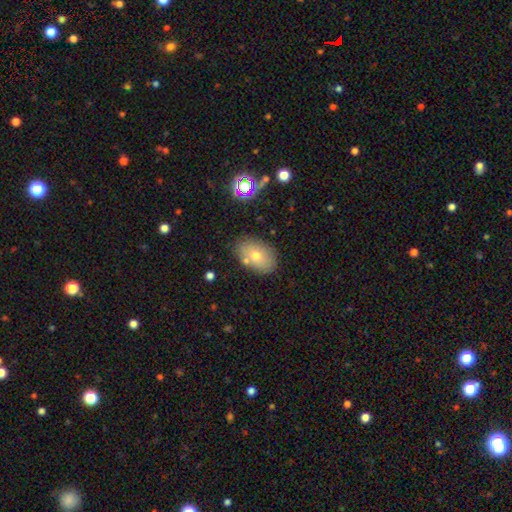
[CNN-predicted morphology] Smooth or featured? Predicted: smooth (p=0.68). How rounded? Predicted: in between (p=0.86). Merging? Predicted: none (p=0.77).